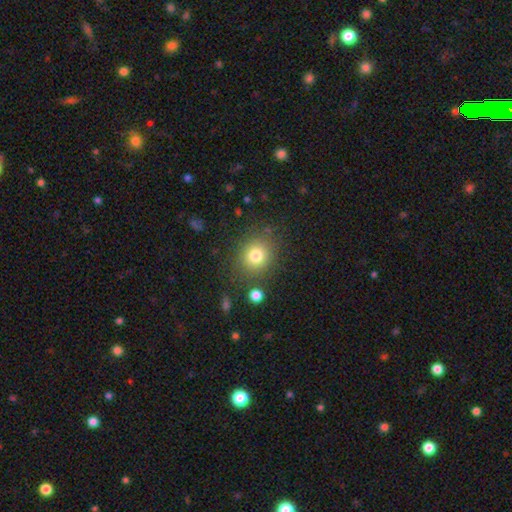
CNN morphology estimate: A smooth galaxy with no disk features (79%) that is round (77%). Merging: none (82%).